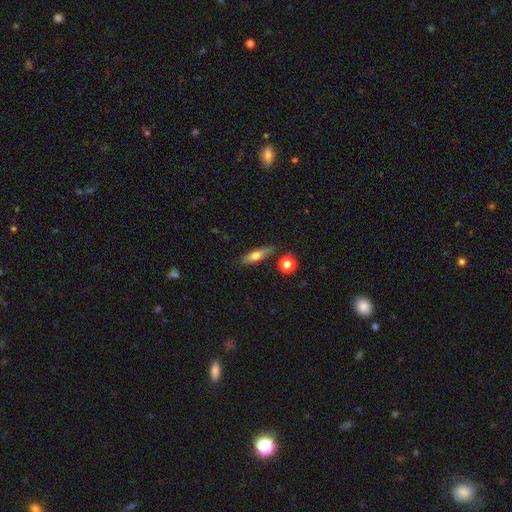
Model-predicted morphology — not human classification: Smooth or featured: smooth — 56% (featured or disk — 36%)
How rounded: cigar-shaped — 61% (in between — 34%)
Merging: none — 78% (minor disturbance — 14%)